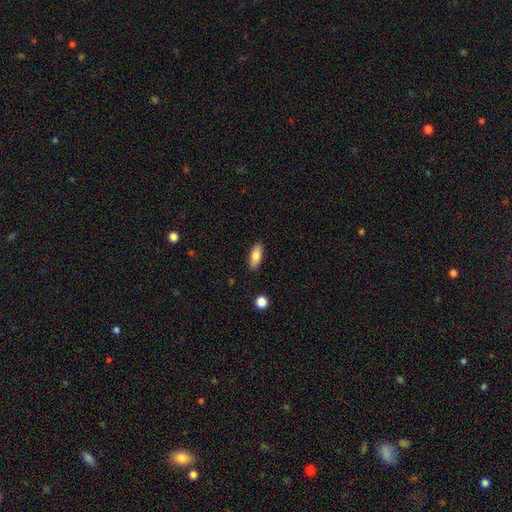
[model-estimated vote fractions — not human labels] This appears to be a smooth galaxy with no disk features (82%) that is in between round and cigar-shaped (73%). Merging: none (88%).